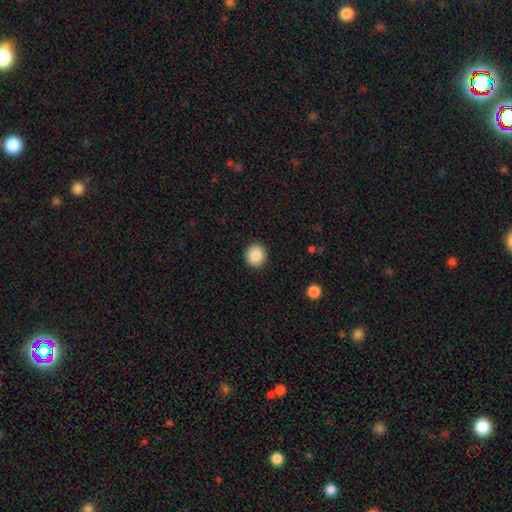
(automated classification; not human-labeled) This is clearly a smooth galaxy (87%). How rounded: clearly round (92%). Merging: clearly none (92%).